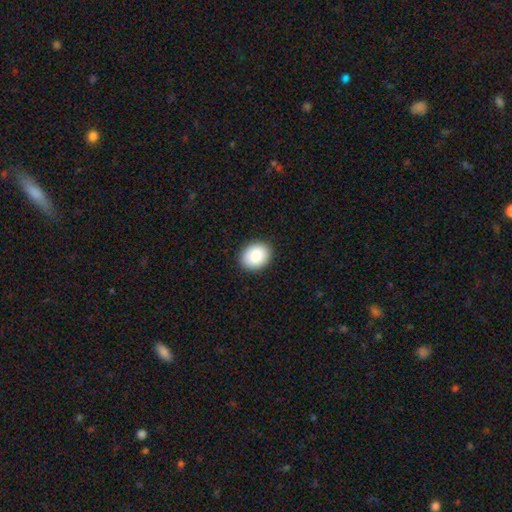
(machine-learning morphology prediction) Q: Smooth or featured?
A: smooth (85%); runner-up: featured or disk (8%)
Q: How rounded?
A: in between (55%); runner-up: round (44%)
Q: Merging?
A: none (90%); runner-up: minor disturbance (7%)